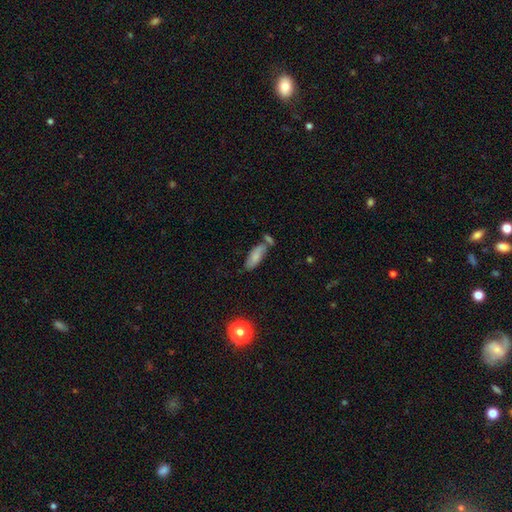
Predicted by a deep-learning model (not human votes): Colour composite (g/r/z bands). It shows a smooth galaxy with no disk features (74%) that is in between round and cigar-shaped (71%). Merging: none (53%).